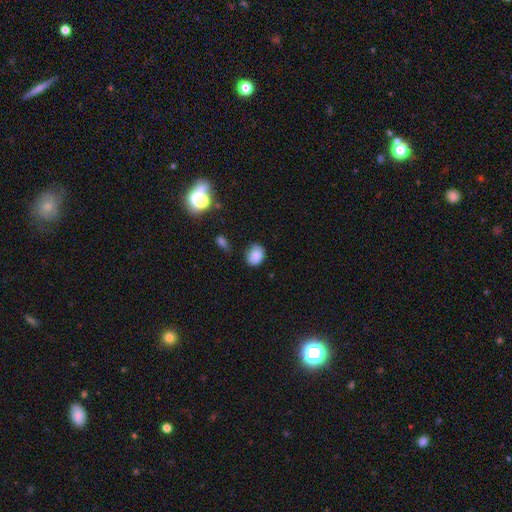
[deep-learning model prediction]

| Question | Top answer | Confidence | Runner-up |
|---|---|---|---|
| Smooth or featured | smooth | 85% | star or artifact (9%) |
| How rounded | round | 52% | in between (47%) |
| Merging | none | 64% | minor disturbance (27%) |